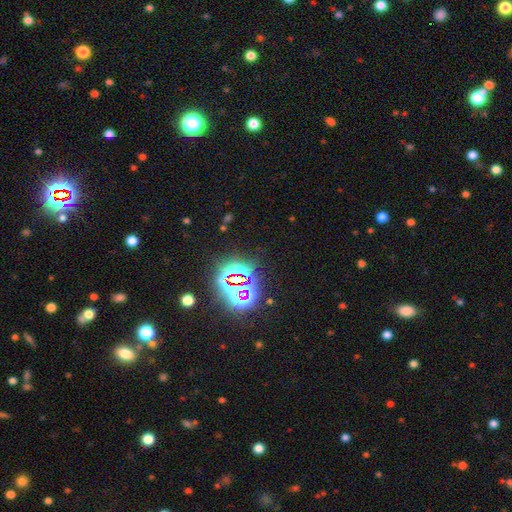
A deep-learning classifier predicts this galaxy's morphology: Overall: star or artifact (79%).